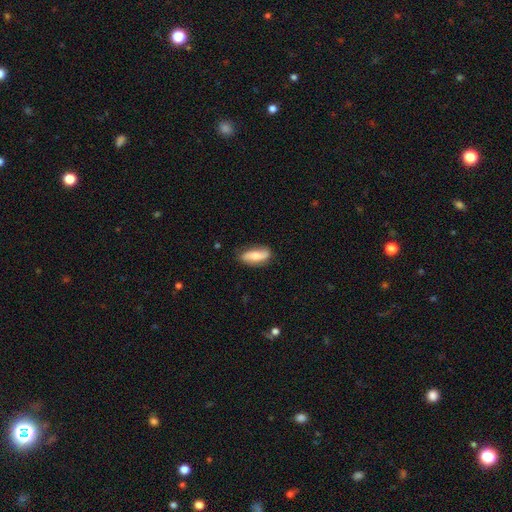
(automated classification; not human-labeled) Morphology: type=smooth (54%); roundness=in between (78%); merging=none (78%).